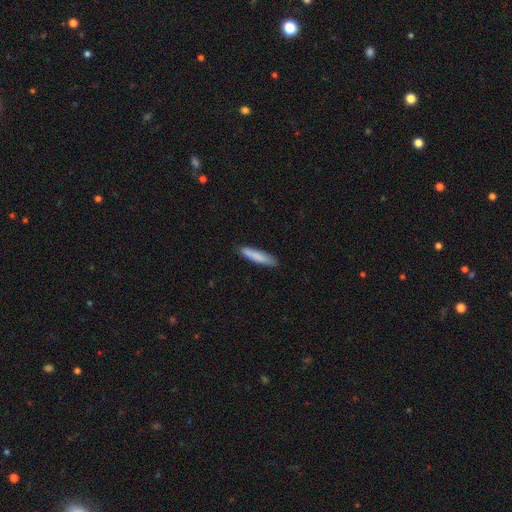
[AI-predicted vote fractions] A smooth galaxy with no disk features (84%) that is cigar-shaped (87%).

Vote fractions:
- Smooth or featured? smooth: 84% / featured or disk: 10% / star or artifact: 6%
- How rounded? cigar-shaped: 87% / in between: 12% / round: 1%
- Merging? none: 86% / minor disturbance: 11% / major disturbance: 2% / merger: 1%